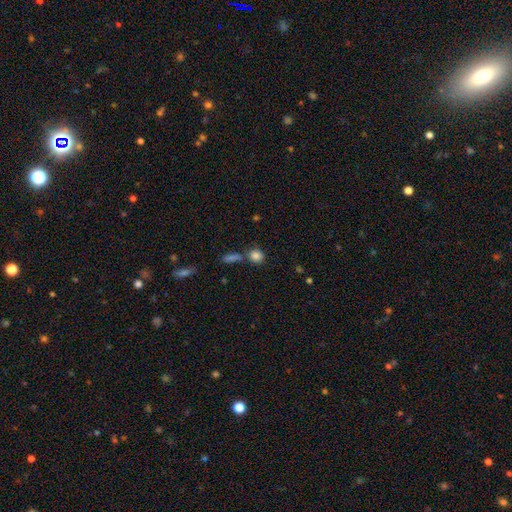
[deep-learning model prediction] A smooth galaxy with no disk features (84%) that is round (74%).

Vote fractions:
- Smooth or featured? smooth: 84% / star or artifact: 10% / featured or disk: 6%
- How rounded? round: 74% / in between: 23% / cigar-shaped: 3%
- Merging? none: 65% / merger: 20% / minor disturbance: 11% / major disturbance: 4%